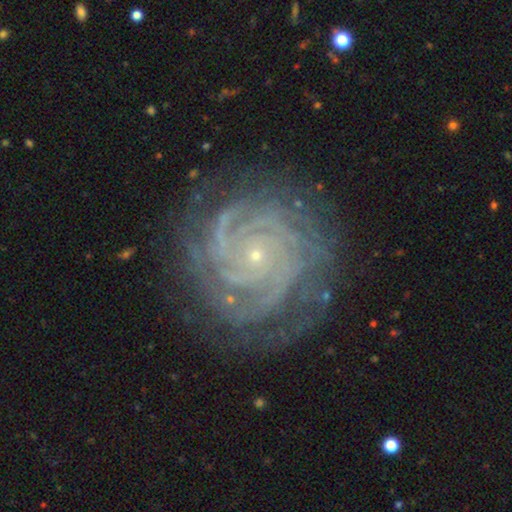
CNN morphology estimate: This is clearly a featured or disk galaxy (90%). It is clearly not viewed edge-on (98%). Bar: likely no (80%). Spiral arm pattern: clearly yes (98%). Spiral arm count: marginally 4 (24%). Spiral winding: clearly tight (82%). Central bulge: clearly small (90%). Merging: clearly none (80%).